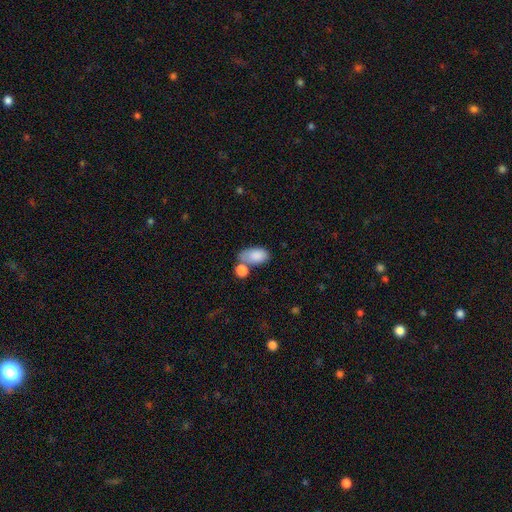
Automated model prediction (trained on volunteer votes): smooth-or-featured: smooth: 84% | featured or disk: 8% | star or artifact: 7%
  how-rounded: in between: 93% | round: 5% | cigar-shaped: 2%
  merging: none: 43% | merger: 32% | minor disturbance: 17% | major disturbance: 8%